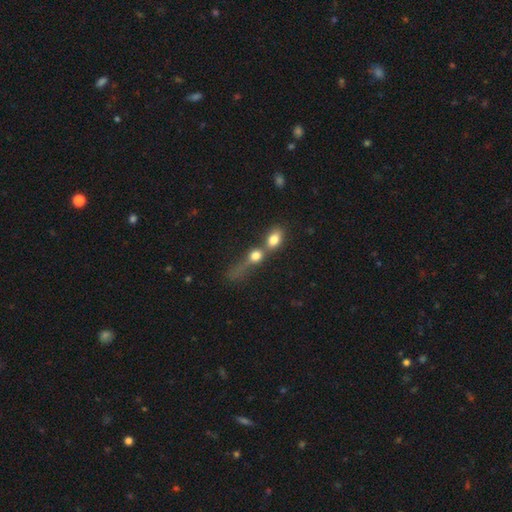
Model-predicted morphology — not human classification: smooth_or_featured: smooth (p=0.71) [alt: featured or disk p=0.18]
how_rounded: in between (p=0.47) [alt: round p=0.42]
merging: merger (p=0.68) [alt: none p=0.16]